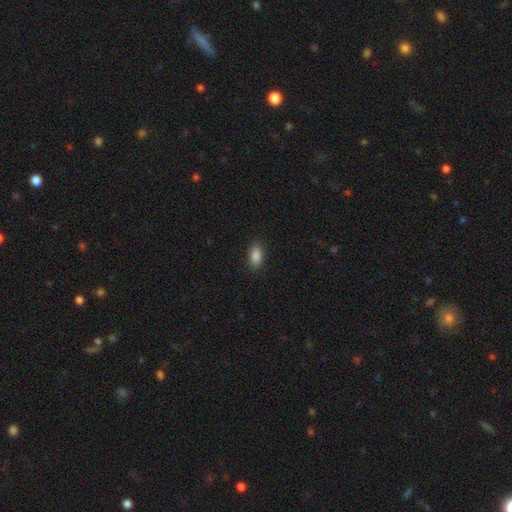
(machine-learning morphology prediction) A smooth galaxy with no disk features (88%) that is in between round and cigar-shaped (91%).

Vote fractions:
- Smooth or featured? smooth: 88% / star or artifact: 8% / featured or disk: 4%
- How rounded? in between: 91% / cigar-shaped: 5% / round: 4%
- Merging? none: 88% / minor disturbance: 9% / major disturbance: 2% / merger: 1%